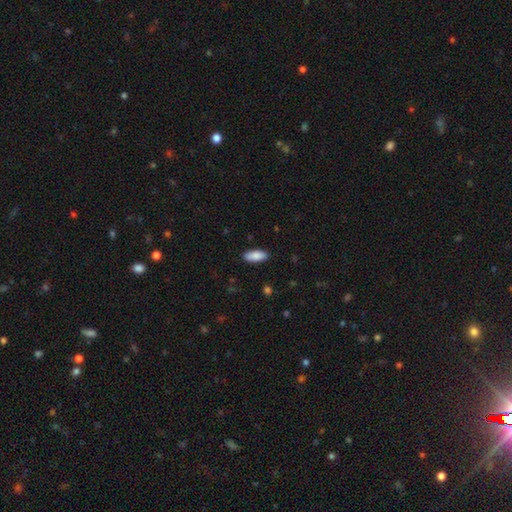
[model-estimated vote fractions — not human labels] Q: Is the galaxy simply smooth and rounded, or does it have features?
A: smooth — 88%.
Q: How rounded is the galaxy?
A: in between — 82%.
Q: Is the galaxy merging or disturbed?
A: none — 89%.